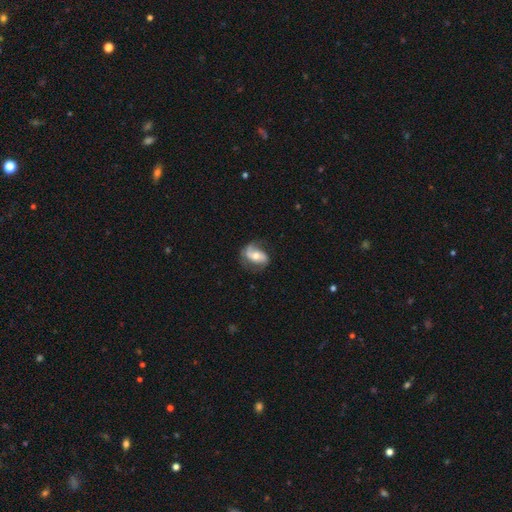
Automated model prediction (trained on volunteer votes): Morphology: type=featured or disk (72%); edge-on=no (96%); bar=no (49%); spiral arms=yes (90%); winding=loose (41%); arm count=2 (76%); bulge=moderate (67%); merging=none (63%).